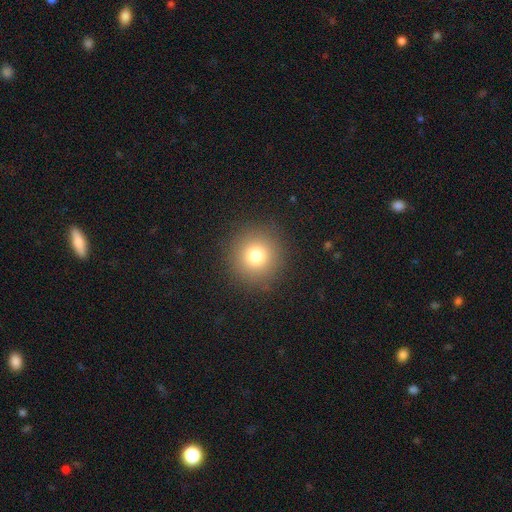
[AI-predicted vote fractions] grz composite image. It shows a smooth galaxy with no disk features (77%) that is round (95%). Merging: none (90%).